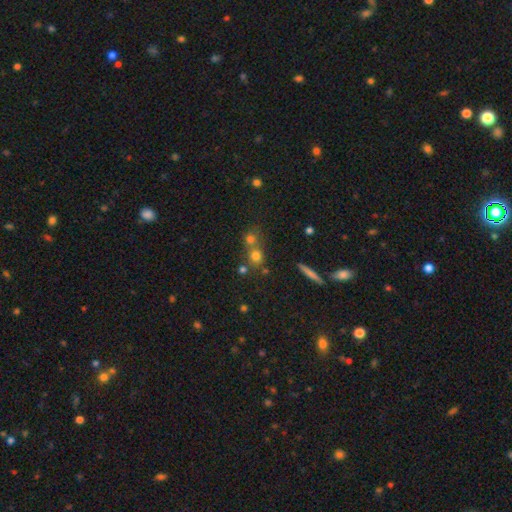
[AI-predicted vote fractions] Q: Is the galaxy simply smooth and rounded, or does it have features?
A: smooth — 69%.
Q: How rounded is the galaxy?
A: round — 82%.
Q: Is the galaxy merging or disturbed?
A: none — 51%.